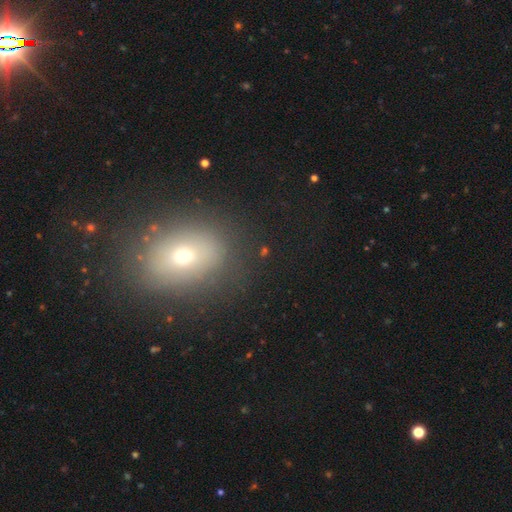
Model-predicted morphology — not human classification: Smooth or featured? smooth (57%)
How rounded? in between (55%)
Merging? none (85%)